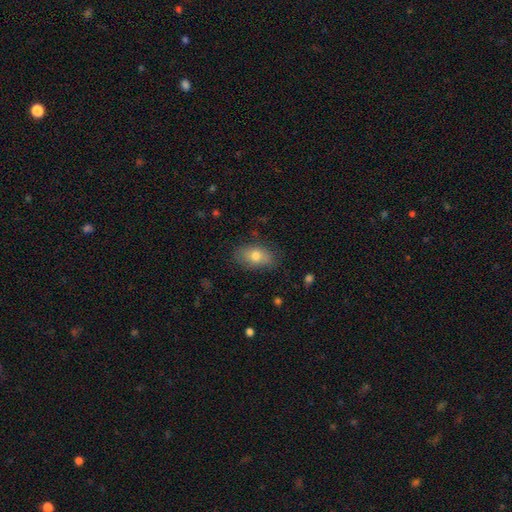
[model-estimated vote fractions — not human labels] The model was most divided on "smooth or featured": smooth: 74%, featured or disk: 18%, star or artifact: 8%. More confident: how rounded — in between (88%); merging — none (77%).